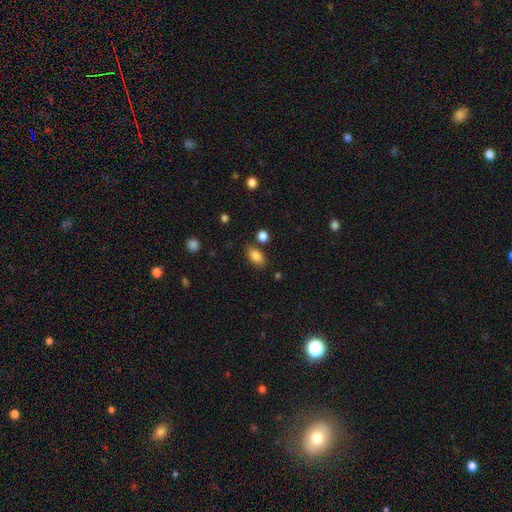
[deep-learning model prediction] Smooth or featured?
  - smooth: 85% *
  - star or artifact: 9%
  - featured or disk: 7%
How rounded?
  - in between: 89% *
  - round: 8%
  - cigar-shaped: 4%
Merging?
  - none: 77% *
  - minor disturbance: 13%
  - merger: 6%
  - major disturbance: 4%